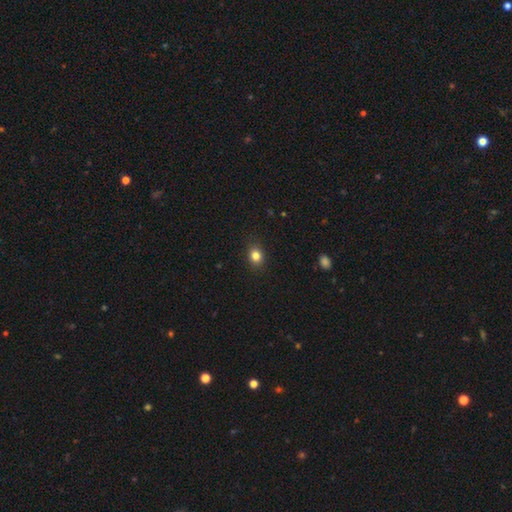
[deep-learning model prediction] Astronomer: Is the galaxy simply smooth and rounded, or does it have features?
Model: smooth — 82%.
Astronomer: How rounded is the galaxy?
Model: round — 53% (runner-up: in between, 46%).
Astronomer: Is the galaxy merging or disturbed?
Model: none — 87%.